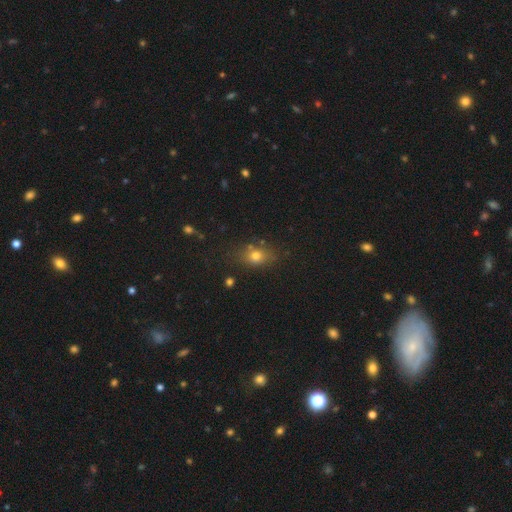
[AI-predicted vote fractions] A smooth galaxy with no disk features (69%) that is in between round and cigar-shaped (58%).

Vote fractions:
- Smooth or featured? smooth: 69% / star or artifact: 18% / featured or disk: 13%
- How rounded? in between: 58% / round: 38% / cigar-shaped: 4%
- Merging? none: 76% / minor disturbance: 16% / major disturbance: 5% / merger: 4%